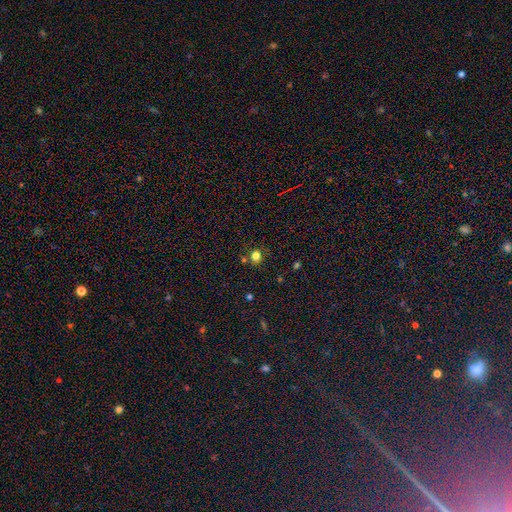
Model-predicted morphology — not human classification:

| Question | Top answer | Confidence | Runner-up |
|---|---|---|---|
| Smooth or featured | smooth | 78% | star or artifact (16%) |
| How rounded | round | 78% | in between (21%) |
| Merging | none | 78% | minor disturbance (11%) |